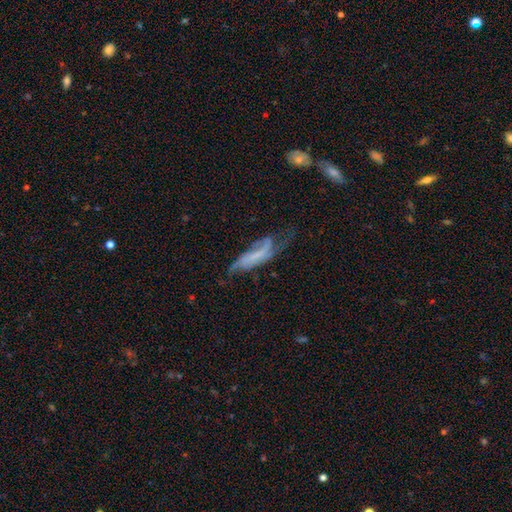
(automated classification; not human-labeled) Smooth or featured? featured or disk (64%)
Edge-on disk? no (79%)
Bar? no (50%)
Spiral arms? yes (78%)
Bulge size? none (55%)
Merging? major disturbance (35%)